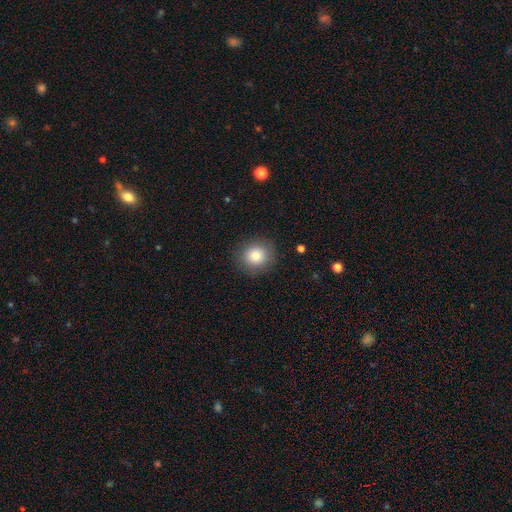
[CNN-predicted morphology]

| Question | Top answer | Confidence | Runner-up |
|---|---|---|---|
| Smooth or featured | smooth | 80% | star or artifact (11%) |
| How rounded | round | 87% | in between (12%) |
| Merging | none | 88% | minor disturbance (9%) |